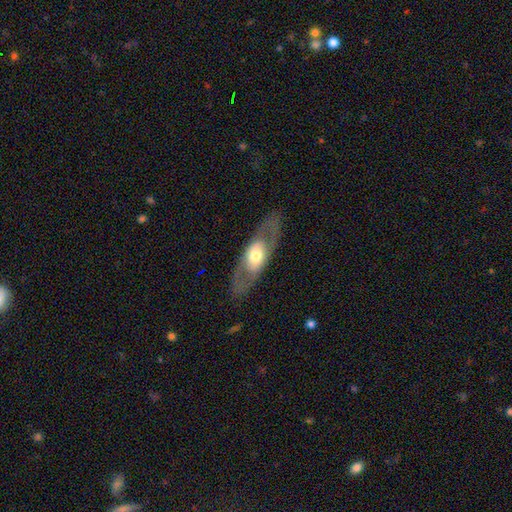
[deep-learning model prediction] A featured or disk galaxy (60%). Merging: none (80%).